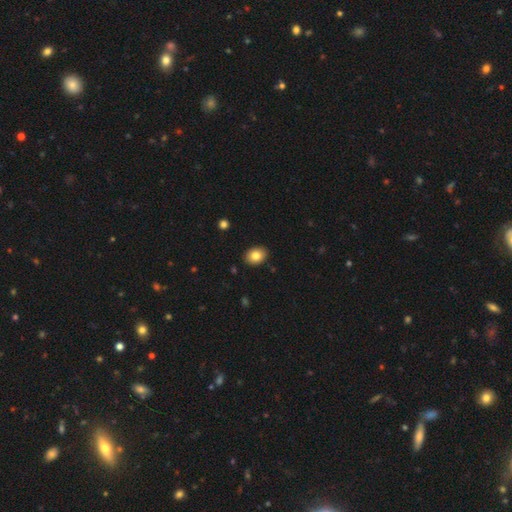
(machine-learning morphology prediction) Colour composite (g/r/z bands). It shows a smooth galaxy with no disk features (82%) that is in between round and cigar-shaped (69%). Merging: none (89%).